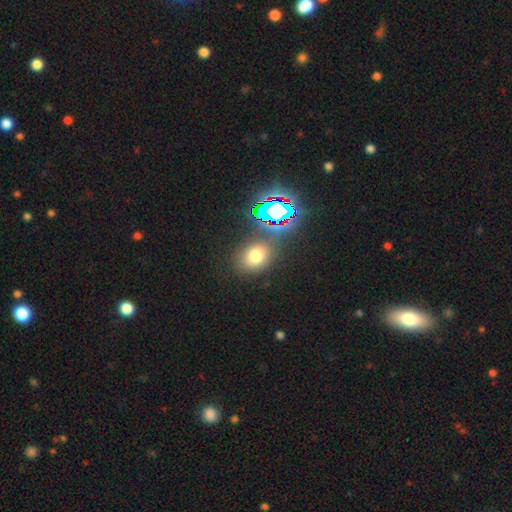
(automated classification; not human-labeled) This is likely a smooth galaxy (65%). How rounded: possibly in between (53%). Merging: likely none (79%).